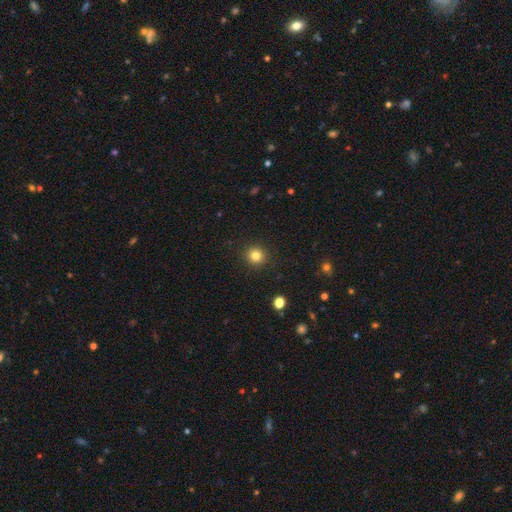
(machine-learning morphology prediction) Smooth or featured?
  - smooth: 82% *
  - star or artifact: 12%
  - featured or disk: 6%
How rounded?
  - round: 92% *
  - in between: 7%
  - cigar-shaped: 1%
Merging?
  - none: 92% *
  - minor disturbance: 5%
  - major disturbance: 2%
  - merger: 1%